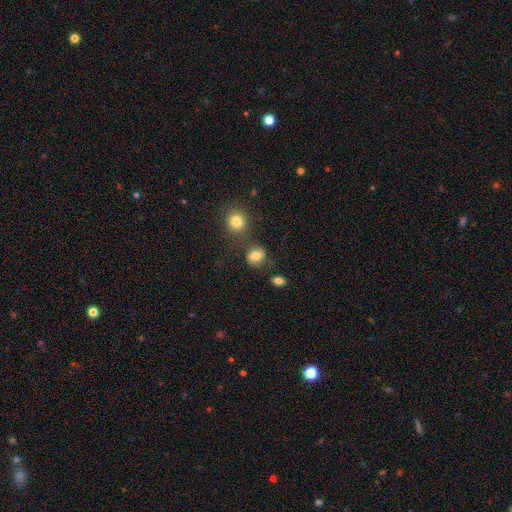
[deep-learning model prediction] smooth 75%, featured or disk 13%, star or artifact 11%. Down the decision tree: how rounded — round (70%); merging — none (62%).